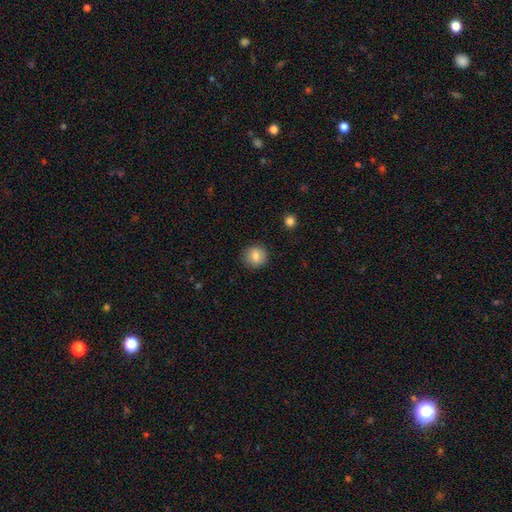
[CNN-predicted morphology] smooth-or-featured: smooth: 81% | featured or disk: 10% | star or artifact: 9%
  how-rounded: round: 91% | in between: 8% | cigar-shaped: 1%
  merging: none: 89% | minor disturbance: 7% | major disturbance: 2% | merger: 1%